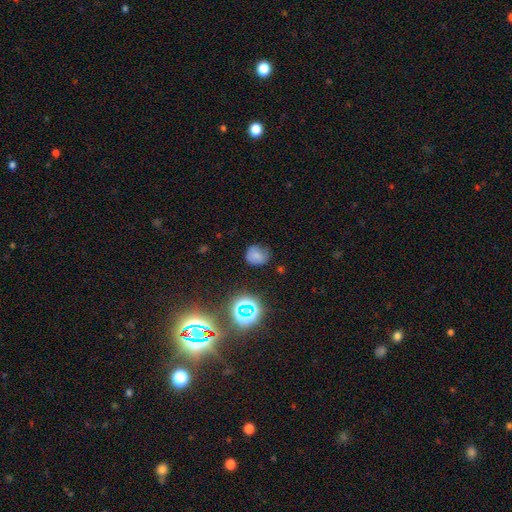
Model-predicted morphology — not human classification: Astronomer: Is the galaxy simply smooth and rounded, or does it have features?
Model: smooth — 69%.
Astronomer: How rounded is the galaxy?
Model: round — 72%.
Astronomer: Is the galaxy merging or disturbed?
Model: none — 67%.